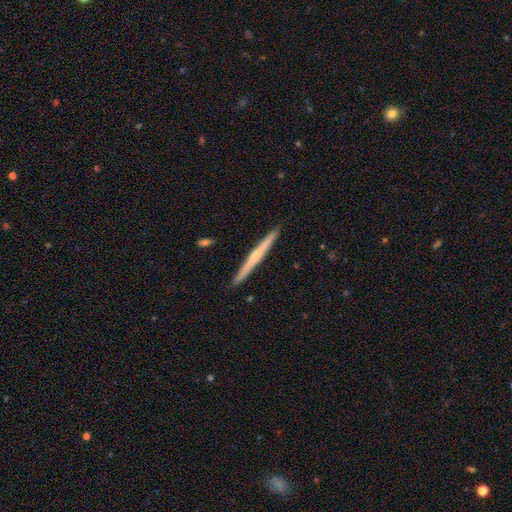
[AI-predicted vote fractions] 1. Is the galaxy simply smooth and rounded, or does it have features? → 58% featured or disk, 37% smooth, 6% star or artifact.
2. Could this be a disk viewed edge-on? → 98% yes, 2% no.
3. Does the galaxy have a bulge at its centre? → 49% none, 45% rounded, 6% boxy.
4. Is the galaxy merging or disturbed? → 92% none, 6% minor disturbance, 1% major disturbance, 1% merger.